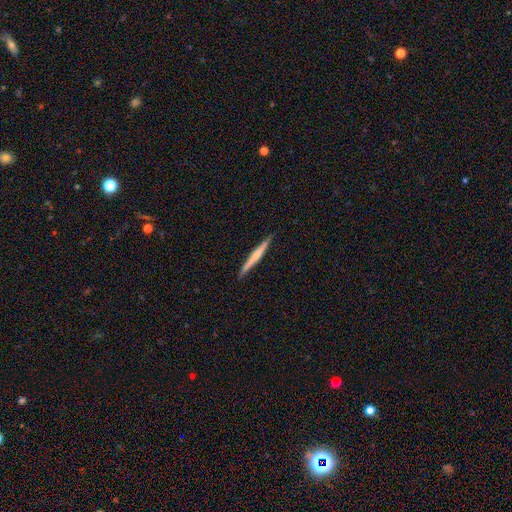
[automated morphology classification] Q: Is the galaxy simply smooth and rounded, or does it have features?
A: featured or disk — 53%.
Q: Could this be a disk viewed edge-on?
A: yes — 98%.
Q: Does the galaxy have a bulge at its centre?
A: none — 47%.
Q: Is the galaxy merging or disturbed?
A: none — 91%.